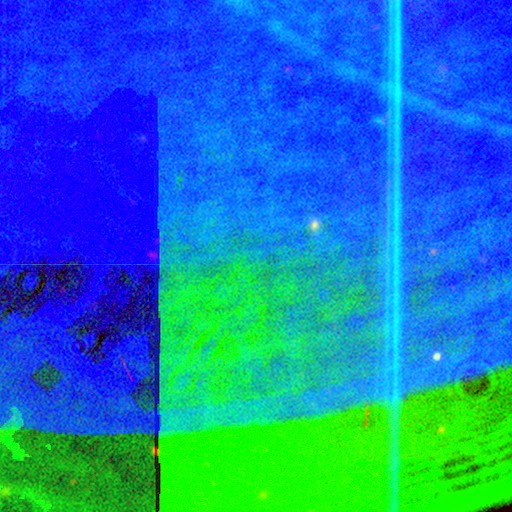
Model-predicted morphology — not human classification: This appears to be a star or artifact, not a galaxy (89%).